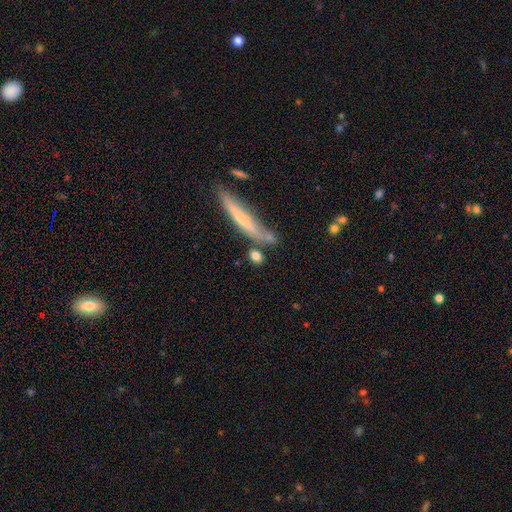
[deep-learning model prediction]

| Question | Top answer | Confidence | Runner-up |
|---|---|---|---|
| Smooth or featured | smooth | 76% | featured or disk (16%) |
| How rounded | round | 38% | in between (34%) |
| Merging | none | 69% | merger (13%) |